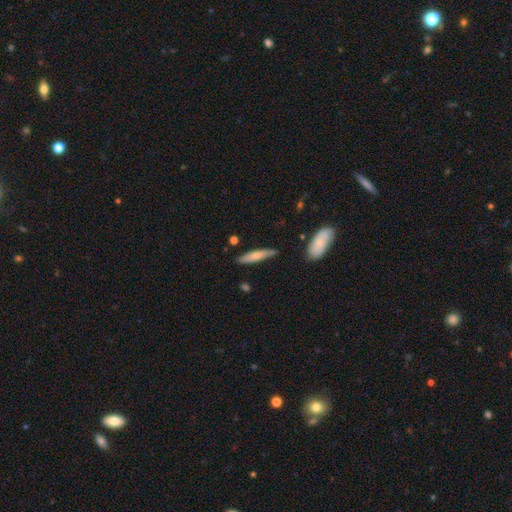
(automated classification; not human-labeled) smooth_or_featured: smooth (p=0.66) [alt: featured or disk p=0.28]
how_rounded: cigar-shaped (p=0.85) [alt: in between p=0.13]
merging: none (p=0.82) [alt: minor disturbance p=0.13]